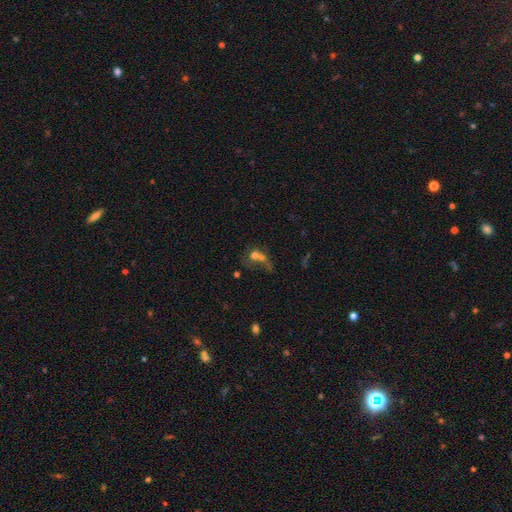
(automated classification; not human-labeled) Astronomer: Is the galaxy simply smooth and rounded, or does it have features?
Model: smooth — 55%.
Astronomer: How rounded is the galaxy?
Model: round — 67%.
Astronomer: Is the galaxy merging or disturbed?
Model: merger — 64%.